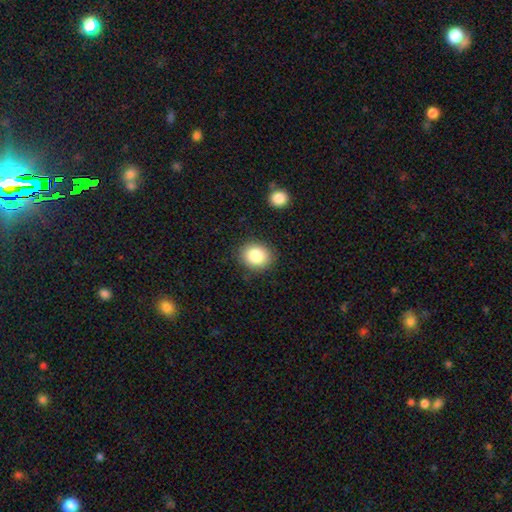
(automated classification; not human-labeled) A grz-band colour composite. It shows a smooth galaxy with no disk features (84%) that is round (68%). Merging: none (87%).